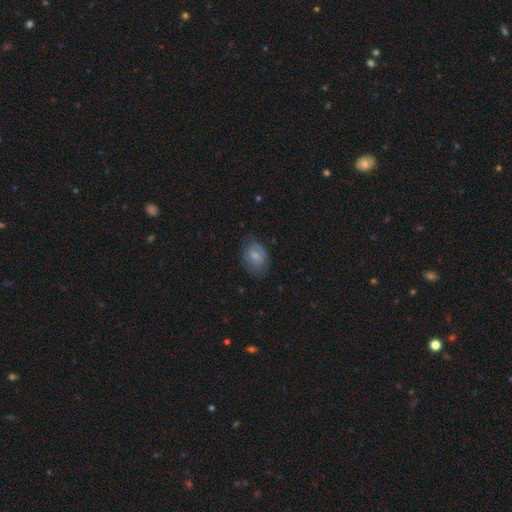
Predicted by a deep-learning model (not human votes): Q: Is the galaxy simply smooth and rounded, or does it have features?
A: smooth — 70%.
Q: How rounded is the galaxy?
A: in between — 70%.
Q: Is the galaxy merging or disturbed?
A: none — 60%.